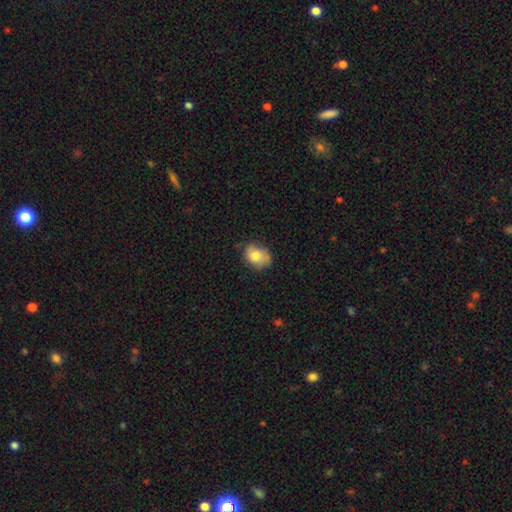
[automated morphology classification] smooth-or-featured: smooth: 78% | featured or disk: 14% | star or artifact: 8%
  how-rounded: in between: 61% | round: 38% | cigar-shaped: 1%
  merging: none: 62% | minor disturbance: 30% | major disturbance: 7% | merger: 2%